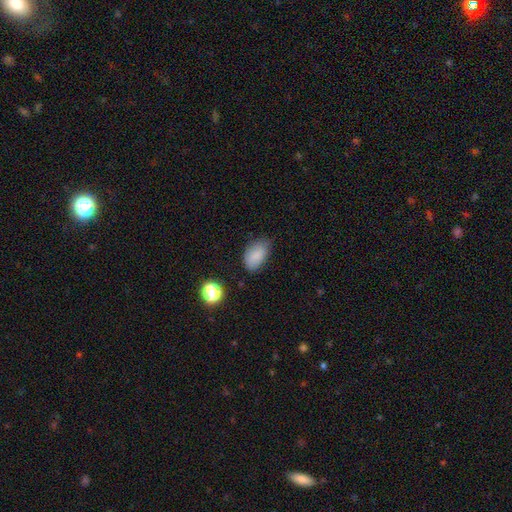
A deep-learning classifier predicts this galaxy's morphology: The model was most divided on "merging": none: 67%, minor disturbance: 26%, major disturbance: 5%, merger: 2%. More confident: how rounded — in between (90%); smooth or featured — smooth (85%).